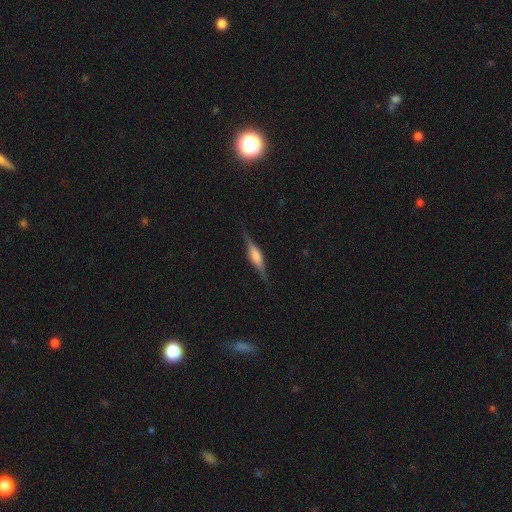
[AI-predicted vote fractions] A featured or disk galaxy (75%) viewed edge-on (98%) with a rounded central bulge (64%). Merging: none (87%).